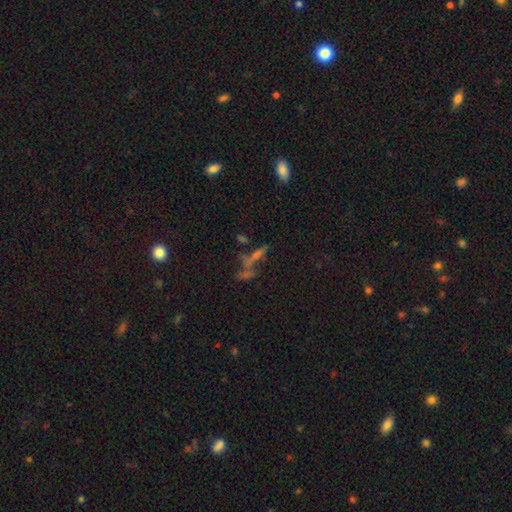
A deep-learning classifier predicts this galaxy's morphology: star or artifact 35%, featured or disk 33%, smooth 32%.